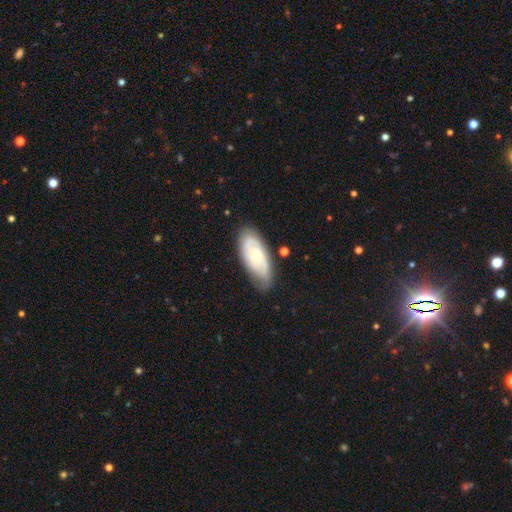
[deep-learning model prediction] featured or disk 63%, smooth 32%, star or artifact 6%. Down the decision tree: edge-on disk — no (91%); bar — no (77%); spiral arms — yes (82%); bulge size — small (53%); merging — none (72%).